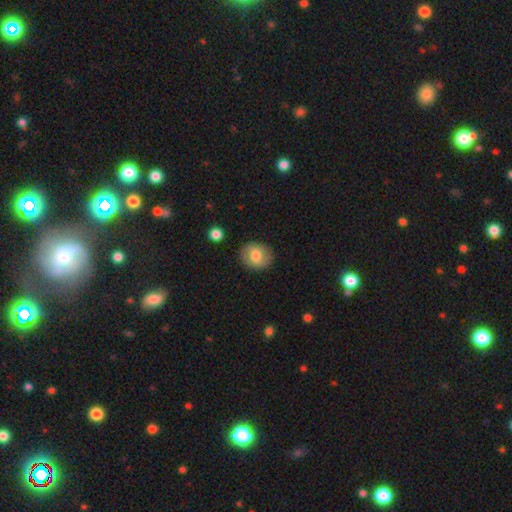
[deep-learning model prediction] The model was most divided on "how rounded": round: 63%, in between: 36%, cigar-shaped: 1%. More confident: merging — none (85%); smooth or featured — smooth (71%).